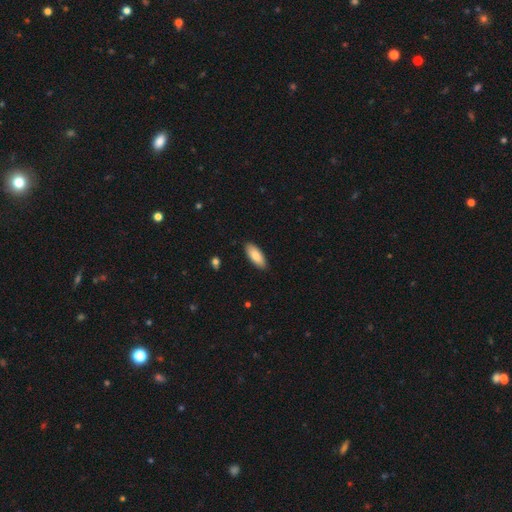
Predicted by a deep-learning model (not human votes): Morphology: type=smooth (85%); roundness=in between (78%); merging=none (89%).